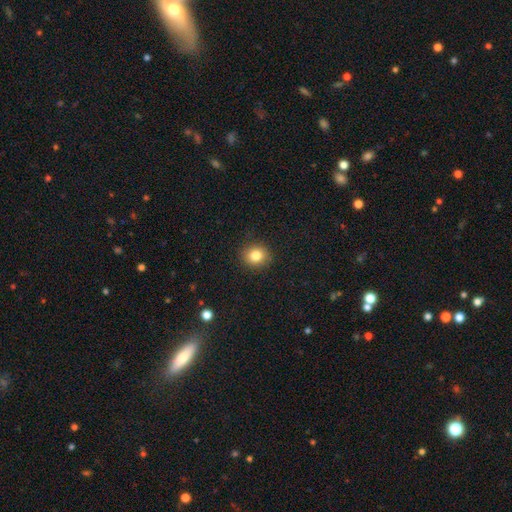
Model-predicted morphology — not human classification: smooth 83%, star or artifact 11%, featured or disk 6%. Down the decision tree: how rounded — round (83%); merging — none (91%).